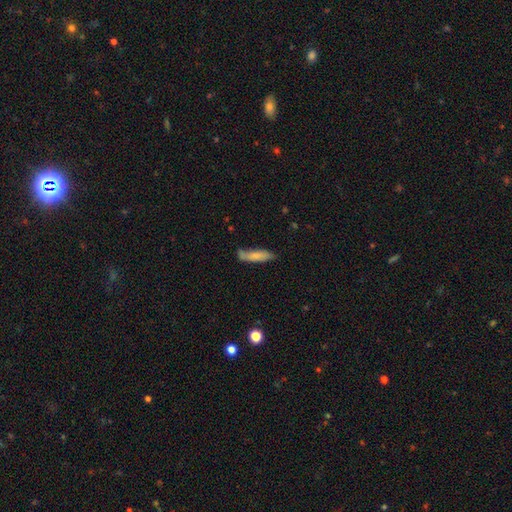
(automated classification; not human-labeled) smooth_or_featured: smooth (p=0.74) [alt: featured or disk p=0.19]
how_rounded: cigar-shaped (p=0.67) [alt: in between p=0.31]
merging: none (p=0.60) [alt: minor disturbance p=0.27]